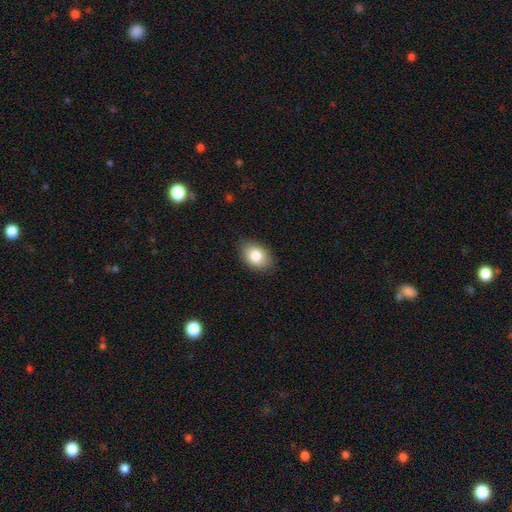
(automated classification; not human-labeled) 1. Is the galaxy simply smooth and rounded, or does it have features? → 82% smooth, 10% featured or disk, 8% star or artifact.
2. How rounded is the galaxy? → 82% in between, 17% round, 1% cigar-shaped.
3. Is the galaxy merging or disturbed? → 83% none, 13% minor disturbance, 2% major disturbance, 1% merger.